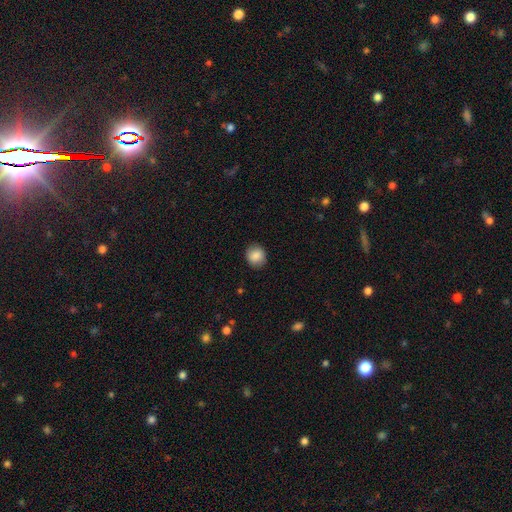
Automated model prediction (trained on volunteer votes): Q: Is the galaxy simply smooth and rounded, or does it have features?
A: smooth — 88%.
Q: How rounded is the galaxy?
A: round — 81%.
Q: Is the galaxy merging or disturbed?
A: none — 88%.